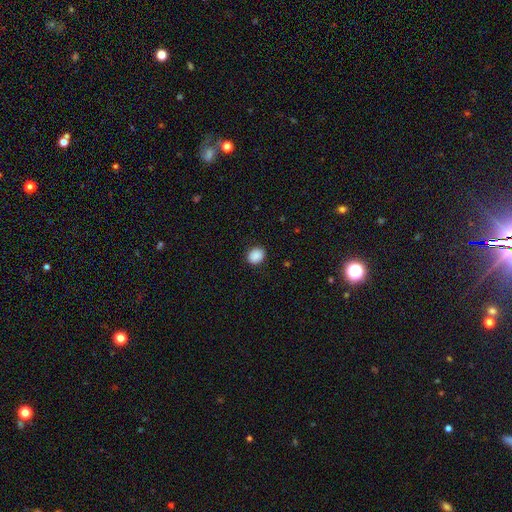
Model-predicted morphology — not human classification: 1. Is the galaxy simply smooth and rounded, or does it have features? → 89% smooth, 8% star or artifact, 3% featured or disk.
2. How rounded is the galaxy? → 61% round, 38% in between, 1% cigar-shaped.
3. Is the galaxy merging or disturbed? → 88% none, 9% minor disturbance, 2% major disturbance, 1% merger.